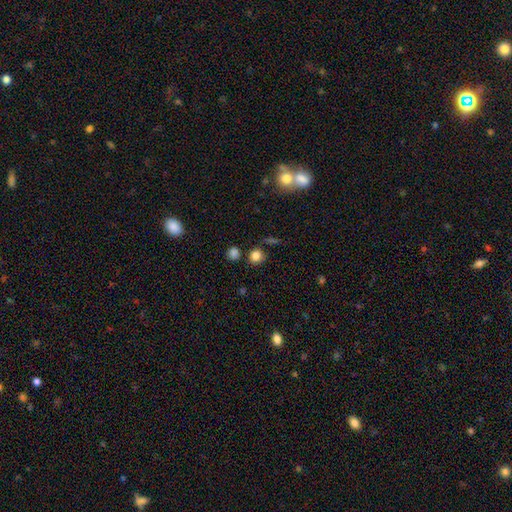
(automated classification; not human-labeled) This is clearly a smooth galaxy (83%). How rounded: clearly round (86%). Merging: clearly none (80%).